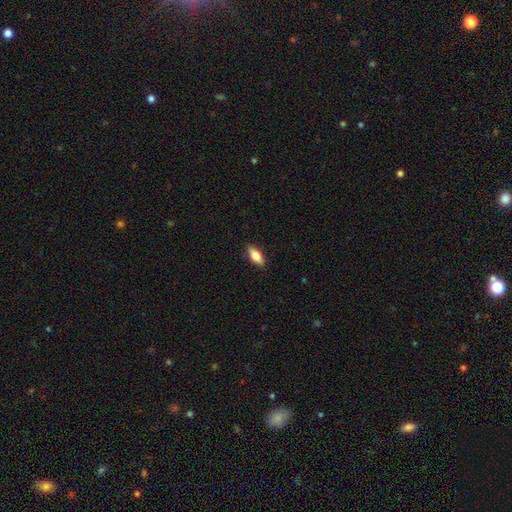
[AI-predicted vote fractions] This appears to be a smooth galaxy with no disk features (71%) that is in between round and cigar-shaped (76%). Merging: none (88%).